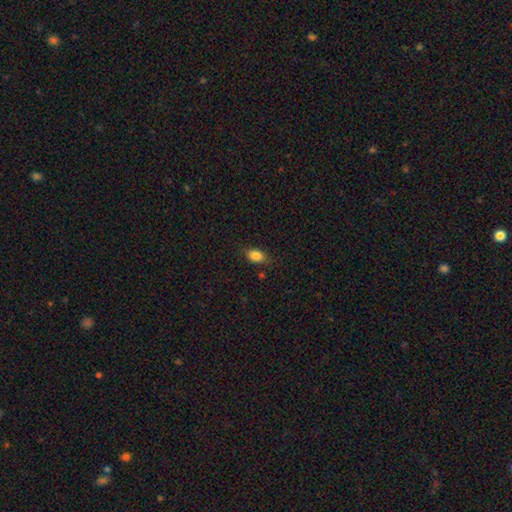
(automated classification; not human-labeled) smooth_or_featured: smooth (p=0.84) [alt: star or artifact p=0.09]
how_rounded: in between (p=0.79) [alt: round p=0.18]
merging: none (p=0.78) [alt: minor disturbance p=0.17]